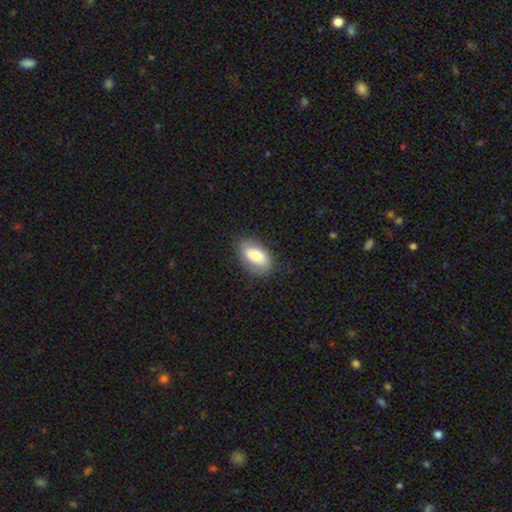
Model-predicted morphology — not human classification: Overall: smooth (70%). How rounded: in between (92%). Merging: none (77%).